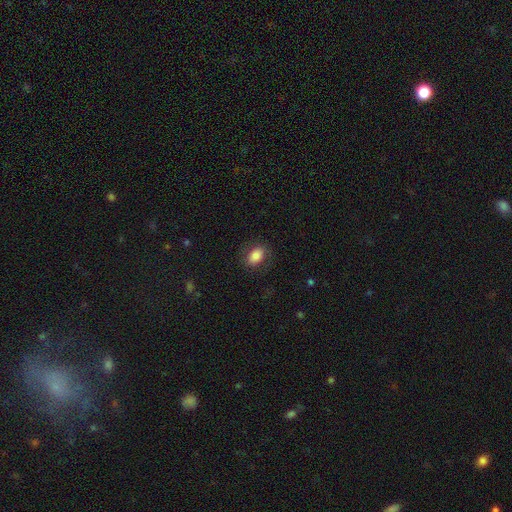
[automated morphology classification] This is clearly a smooth galaxy (81%). How rounded: clearly in between (84%). Merging: likely none (79%).